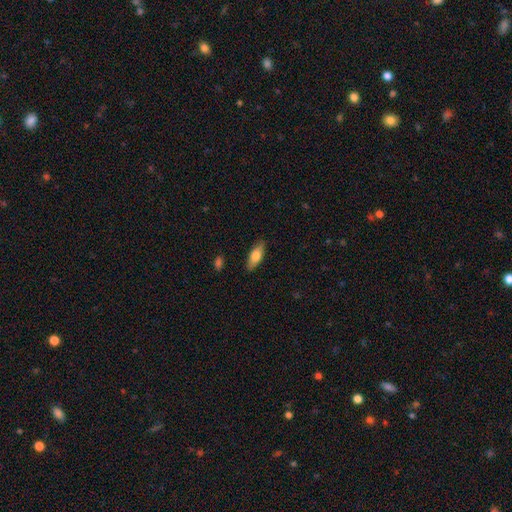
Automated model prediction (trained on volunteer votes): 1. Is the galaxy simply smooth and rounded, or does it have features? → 72% smooth, 22% featured or disk, 6% star or artifact.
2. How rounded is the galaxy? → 68% in between, 29% cigar-shaped, 2% round.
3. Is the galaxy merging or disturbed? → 87% none, 10% minor disturbance, 2% major disturbance, 1% merger.